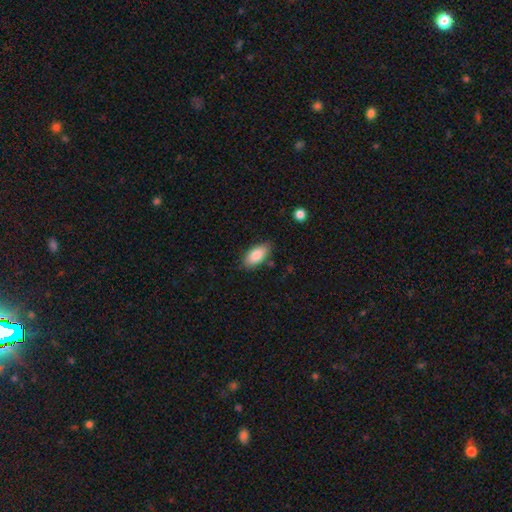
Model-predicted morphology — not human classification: Smooth or featured? smooth (85%)
How rounded? in between (92%)
Merging? none (83%)